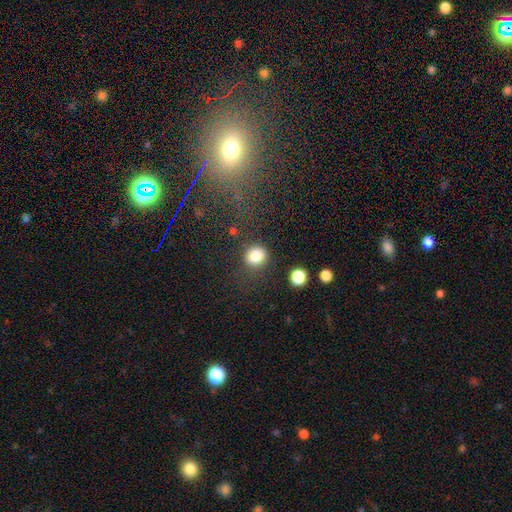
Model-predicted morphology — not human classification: smooth_or_featured: smooth (p=0.83) [alt: star or artifact p=0.11]
how_rounded: round (p=0.80) [alt: in between p=0.19]
merging: none (p=0.79) [alt: minor disturbance p=0.12]